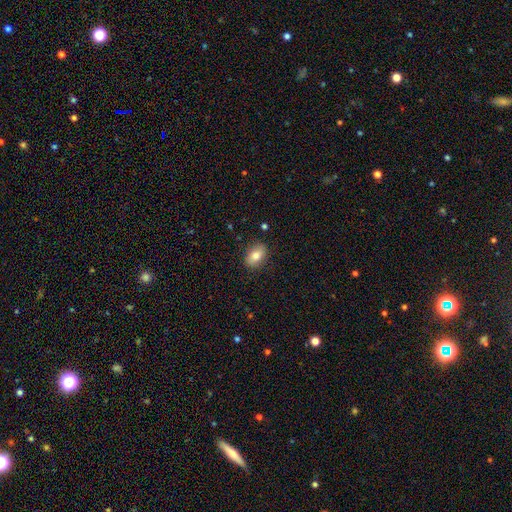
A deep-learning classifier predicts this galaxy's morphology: Smooth or featured? Predicted: smooth (p=0.78). How rounded? Predicted: in between (p=0.83). Merging? Predicted: none (p=0.85).